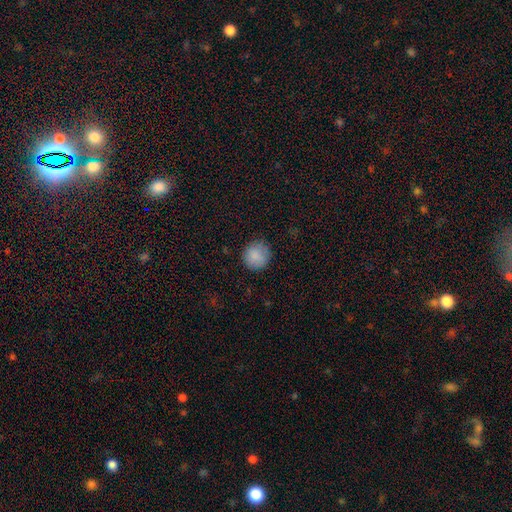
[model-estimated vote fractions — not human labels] Morphology: type=smooth (87%); roundness=round (94%); merging=none (86%).